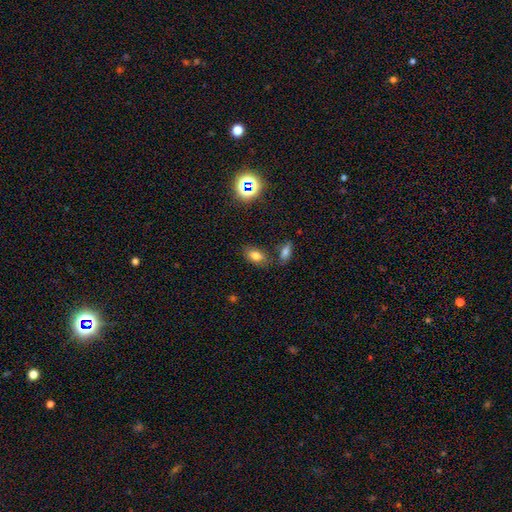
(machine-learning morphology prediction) Smooth or featured? smooth (76%)
How rounded? in between (87%)
Merging? none (74%)